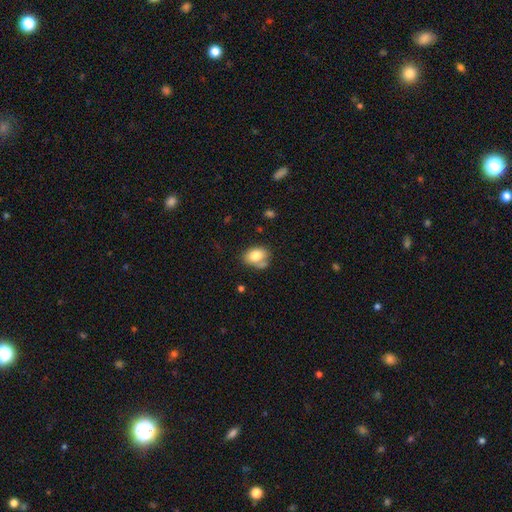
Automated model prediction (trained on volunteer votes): Smooth or featured: smooth — 78% (featured or disk — 14%)
How rounded: in between — 69% (round — 30%)
Merging: none — 53% (minor disturbance — 23%)